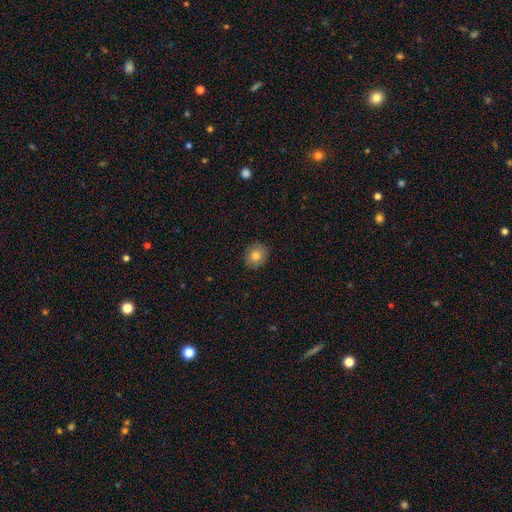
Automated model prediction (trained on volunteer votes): smooth_or_featured: smooth (p=0.81) [alt: star or artifact p=0.10]
how_rounded: round (p=0.68) [alt: in between p=0.31]
merging: none (p=0.89) [alt: minor disturbance p=0.08]